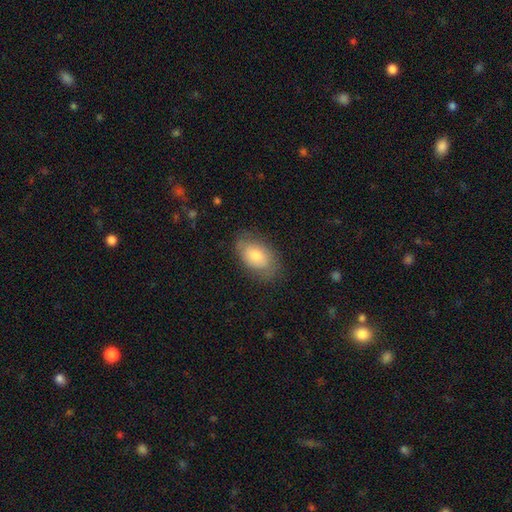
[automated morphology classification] This is likely a smooth galaxy (68%). How rounded: clearly in between (90%). Merging: likely none (73%).